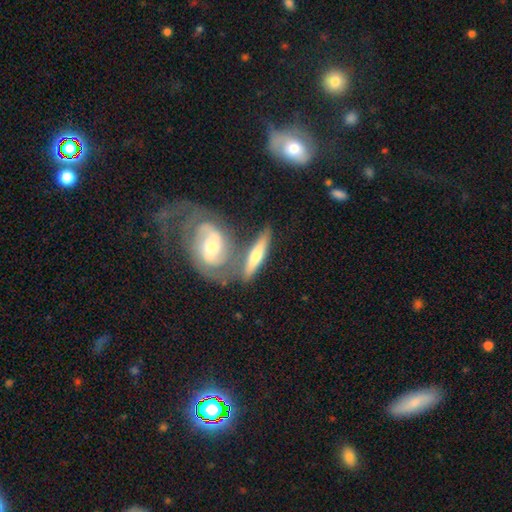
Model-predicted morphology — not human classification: type=featured or disk (55%); edge-on=yes (60%); merging=none (51%).